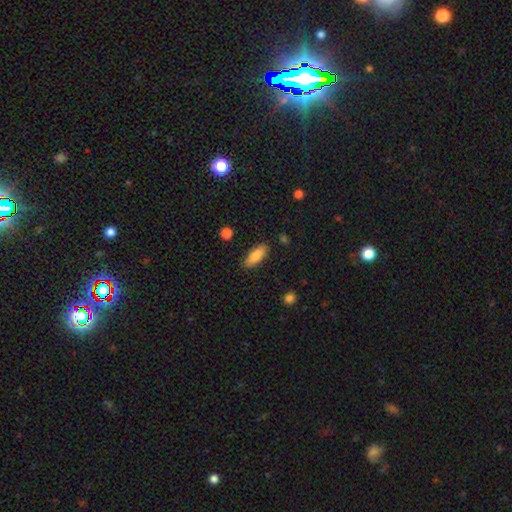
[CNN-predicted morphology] Smooth or featured? Predicted: smooth (p=0.82). How rounded? Predicted: in between (p=0.68). Merging? Predicted: none (p=0.85).